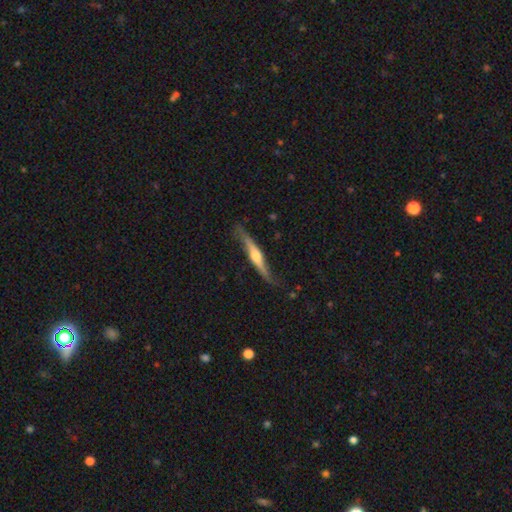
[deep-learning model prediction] A featured or disk galaxy (73%) viewed edge-on (89%) with a rounded central bulge (88%). Merging: none (69%).